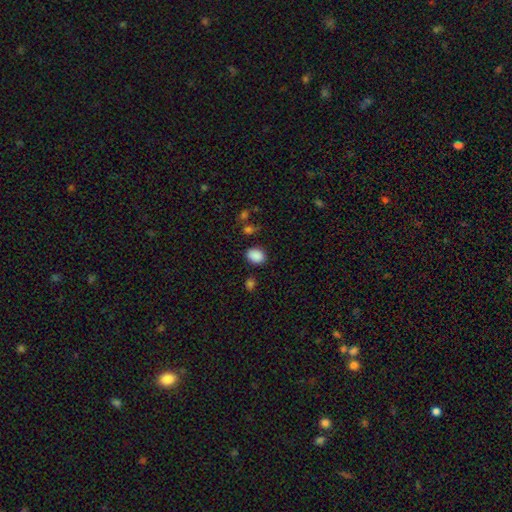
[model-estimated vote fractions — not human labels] smooth 88%, star or artifact 9%, featured or disk 3%. Down the decision tree: how rounded — in between (62%); merging — none (82%).